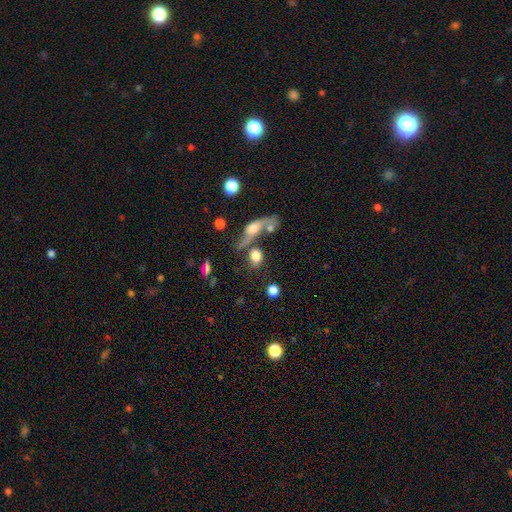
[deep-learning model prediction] This appears to be a smooth galaxy with no disk features (71%) that is round (51%). Merging: none (40%).